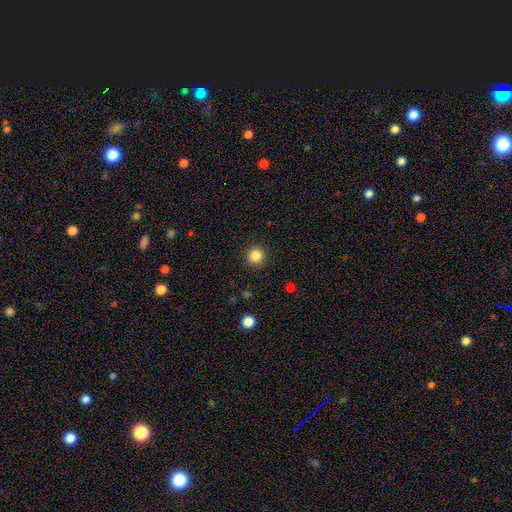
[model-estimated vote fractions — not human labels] Morphology: type=smooth (85%); roundness=round (95%); merging=none (91%).